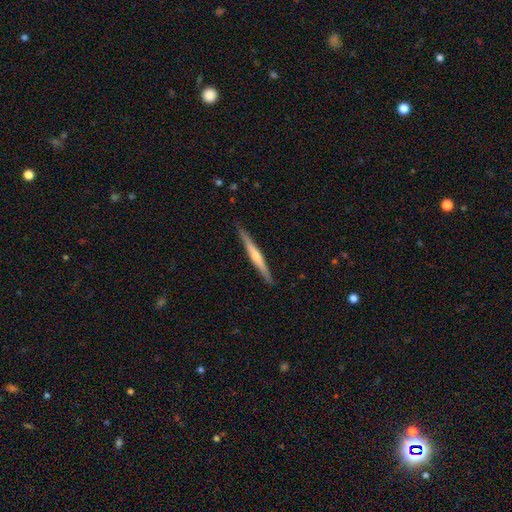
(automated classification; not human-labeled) A featured or disk galaxy (70%) viewed edge-on (98%) with a rounded central bulge (71%). Merging: none (91%).